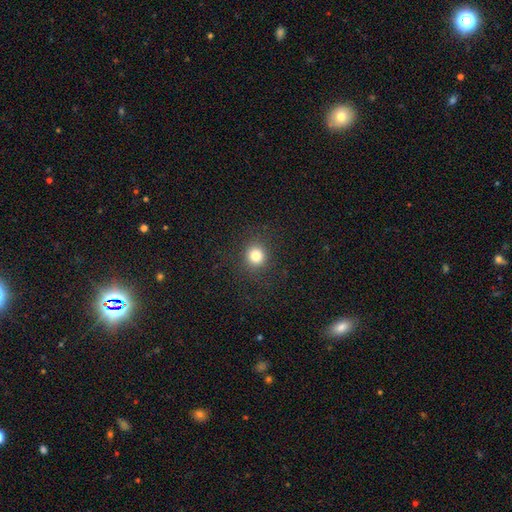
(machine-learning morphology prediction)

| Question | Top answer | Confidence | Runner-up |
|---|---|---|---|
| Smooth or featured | smooth | 82% | star or artifact (13%) |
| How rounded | round | 89% | in between (10%) |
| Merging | none | 89% | minor disturbance (7%) |